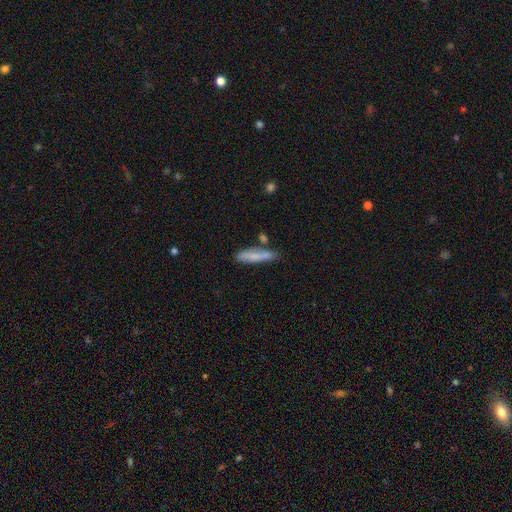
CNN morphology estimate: The model was most divided on "smooth or featured": smooth: 71%, featured or disk: 22%, star or artifact: 7%. More confident: how rounded — cigar-shaped (82%); merging — none (67%).